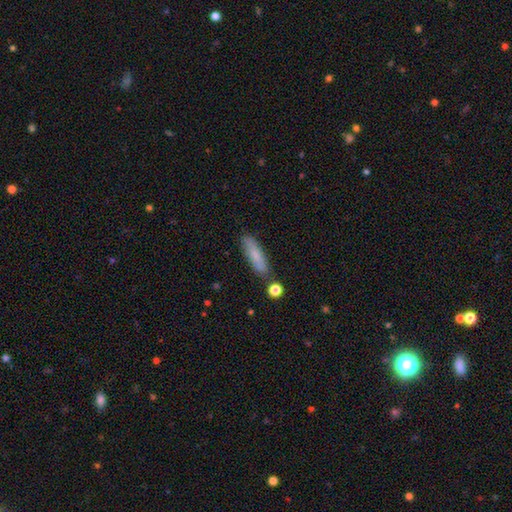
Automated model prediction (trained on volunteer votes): Smooth or featured? smooth (76%)
How rounded? cigar-shaped (67%)
Merging? none (78%)